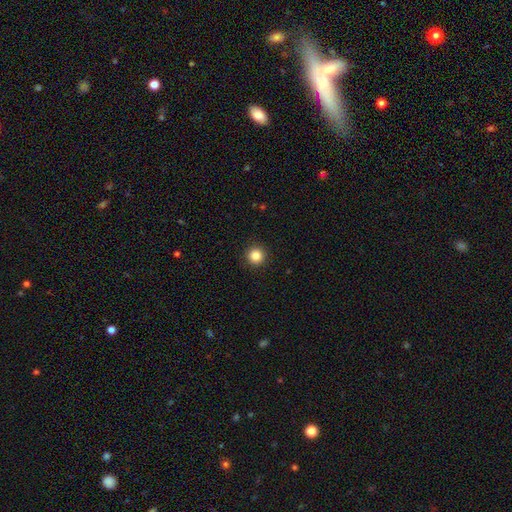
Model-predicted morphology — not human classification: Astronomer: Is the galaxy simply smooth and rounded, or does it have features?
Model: smooth — 85%.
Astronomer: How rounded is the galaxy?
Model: round — 96%.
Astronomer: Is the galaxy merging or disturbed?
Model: none — 93%.